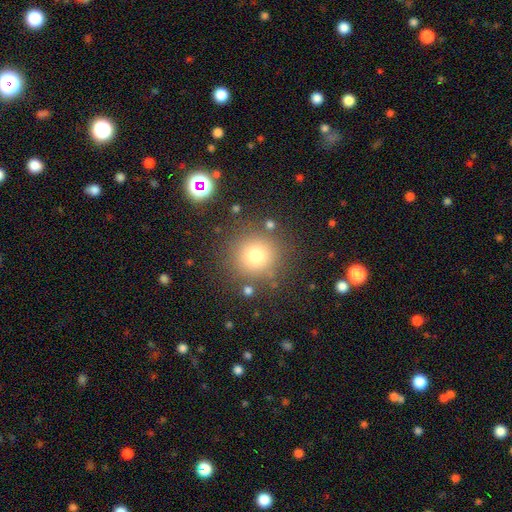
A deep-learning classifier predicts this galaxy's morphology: Smooth or featured? smooth (75%)
How rounded? round (94%)
Merging? none (85%)